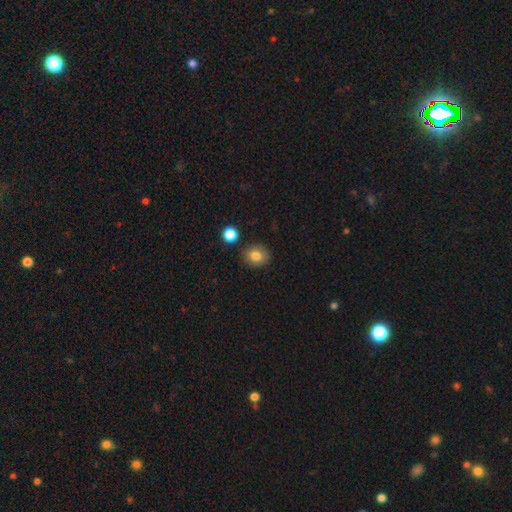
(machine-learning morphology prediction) smooth 82%, star or artifact 10%, featured or disk 8%. Down the decision tree: how rounded — round (67%); merging — none (85%).